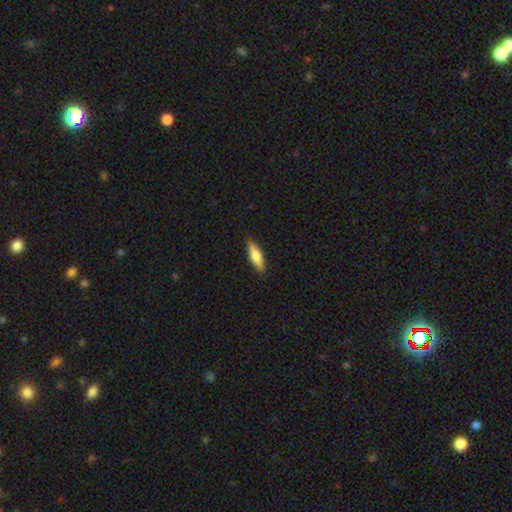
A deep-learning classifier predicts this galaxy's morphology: This appears to be a smooth galaxy with no disk features (68%) that is cigar-shaped (57%). Merging: none (89%).